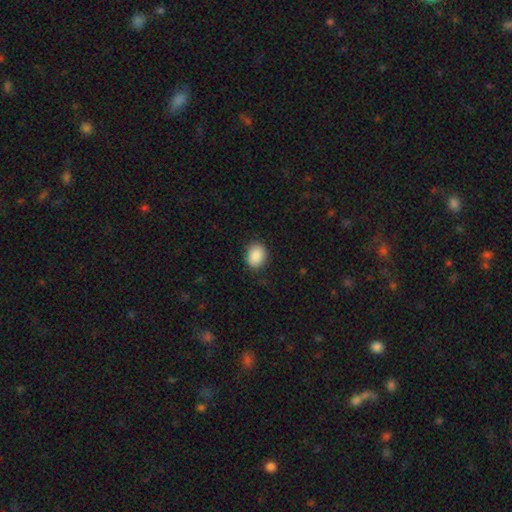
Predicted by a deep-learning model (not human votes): Smooth or featured? Predicted: smooth (p=0.89). How rounded? Predicted: in between (p=0.58). Merging? Predicted: none (p=0.84).